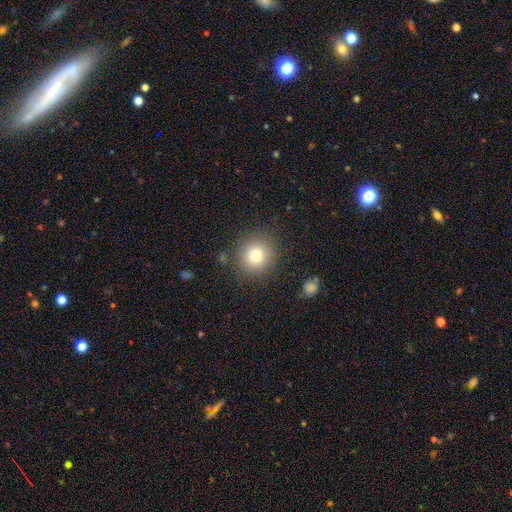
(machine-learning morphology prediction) smooth 76%, star or artifact 13%, featured or disk 10%. Down the decision tree: how rounded — round (92%); merging — none (87%).